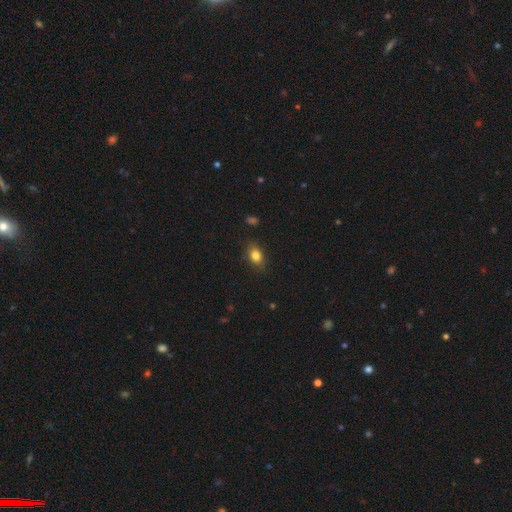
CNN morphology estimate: A smooth galaxy with no disk features (82%) that is in between round and cigar-shaped (76%). Merging: none (83%).